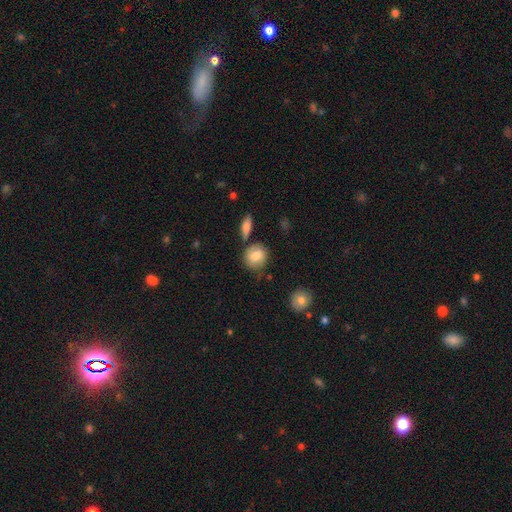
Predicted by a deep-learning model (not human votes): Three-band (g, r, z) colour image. It shows a smooth galaxy with no disk features (82%) that is round (80%). Merging: none (74%).